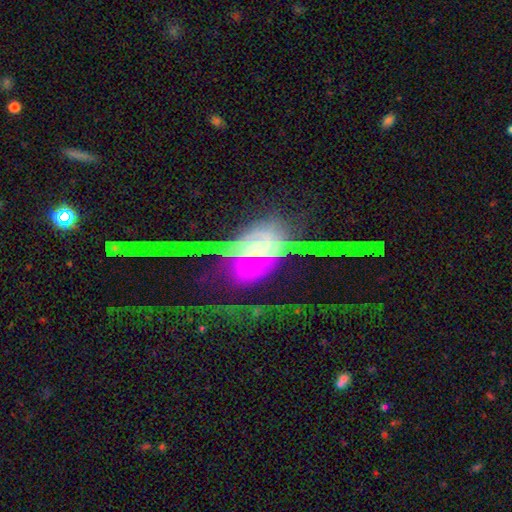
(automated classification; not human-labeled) A featured or disk galaxy (67%).

Vote fractions:
- Smooth or featured? featured or disk: 67% / smooth: 17% / star or artifact: 16%
- Edge-on disk? no: 58% / yes: 42%
- Merging? major disturbance: 43% / none: 32% / minor disturbance: 16% / merger: 10%